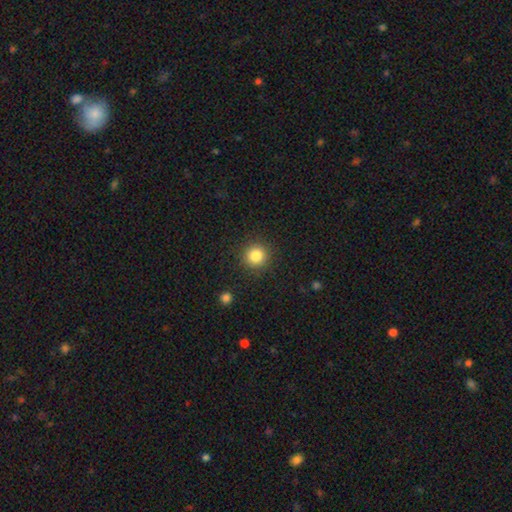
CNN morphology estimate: Smooth or featured?
  - smooth: 84% *
  - star or artifact: 11%
  - featured or disk: 5%
How rounded?
  - round: 93% *
  - in between: 6%
  - cigar-shaped: 1%
Merging?
  - none: 90% *
  - minor disturbance: 6%
  - major disturbance: 3%
  - merger: 1%